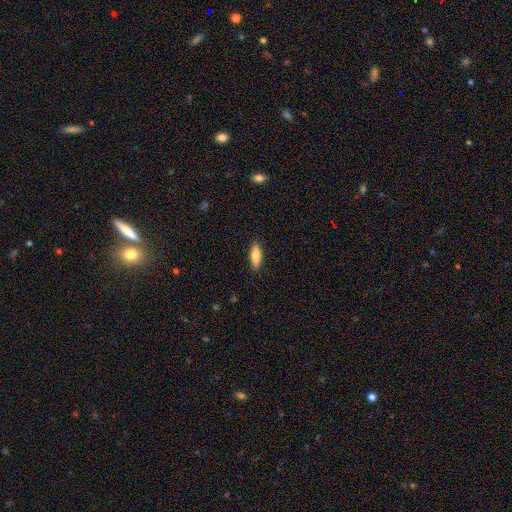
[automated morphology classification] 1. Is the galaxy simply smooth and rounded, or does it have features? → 77% smooth, 17% featured or disk, 6% star or artifact.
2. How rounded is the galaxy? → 62% in between, 36% cigar-shaped, 2% round.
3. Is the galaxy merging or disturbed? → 88% none, 9% minor disturbance, 2% major disturbance, 1% merger.